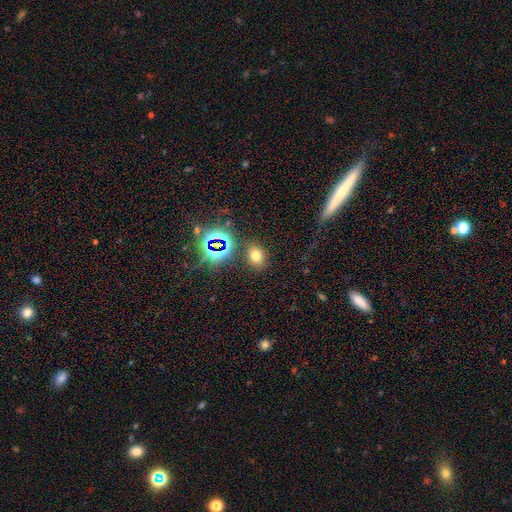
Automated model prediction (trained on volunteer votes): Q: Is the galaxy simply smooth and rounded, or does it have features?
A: smooth — 65%.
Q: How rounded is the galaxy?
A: round — 50%.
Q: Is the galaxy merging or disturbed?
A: none — 83%.